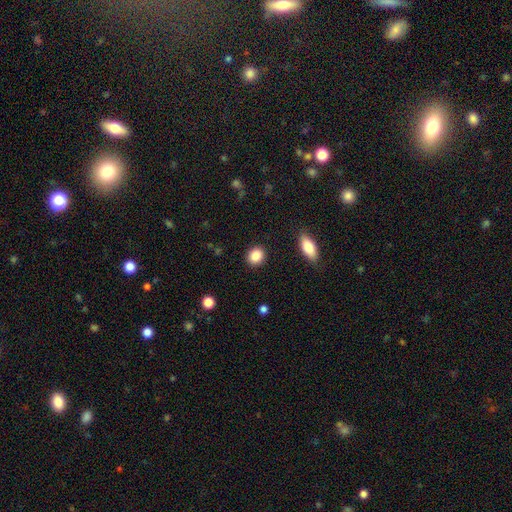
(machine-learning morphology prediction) The model was most divided on "how rounded": round: 63%, in between: 35%, cigar-shaped: 1%. More confident: merging — none (90%); smooth or featured — smooth (87%).